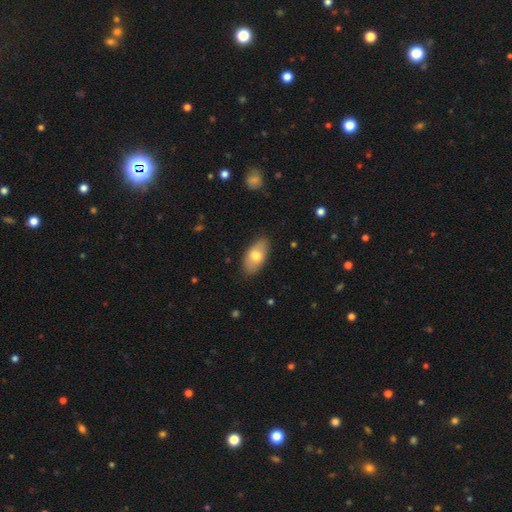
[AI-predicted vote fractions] A smooth galaxy with no disk features (72%) that is in between round and cigar-shaped (93%).

Vote fractions:
- Smooth or featured? smooth: 72% / featured or disk: 22% / star or artifact: 6%
- How rounded? in between: 93% / round: 4% / cigar-shaped: 4%
- Merging? none: 83% / minor disturbance: 14% / major disturbance: 3% / merger: 1%